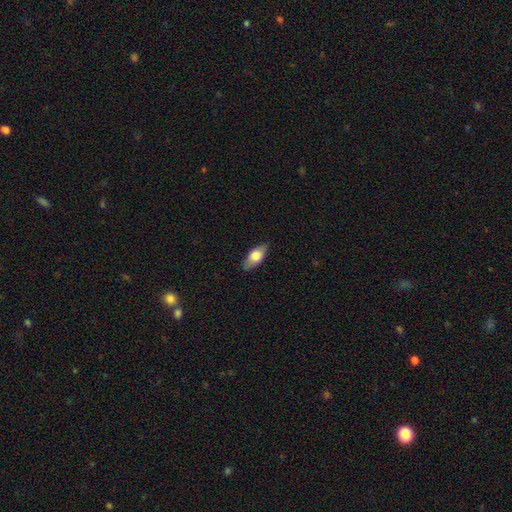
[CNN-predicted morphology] Smooth or featured? smooth (70%)
How rounded? in between (84%)
Merging? none (85%)